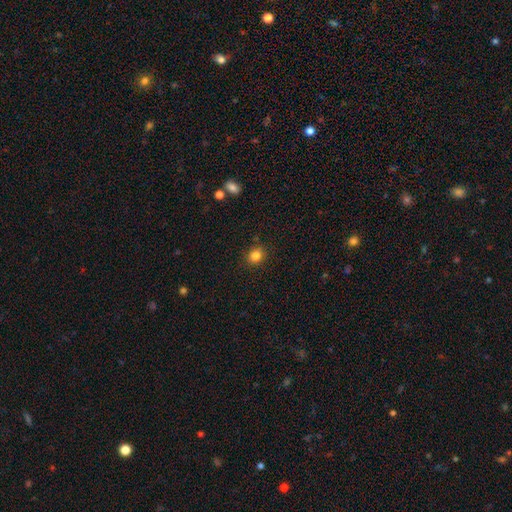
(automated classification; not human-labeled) A smooth galaxy with no disk features (83%) that is round (77%).

Vote fractions:
- Smooth or featured? smooth: 83% / star or artifact: 12% / featured or disk: 5%
- How rounded? round: 77% / in between: 23% / cigar-shaped: 1%
- Merging? none: 88% / minor disturbance: 8% / major disturbance: 2% / merger: 1%